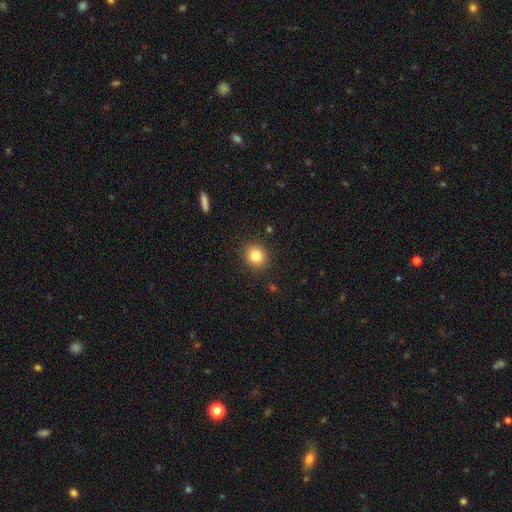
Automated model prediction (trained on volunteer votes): smooth-or-featured: smooth: 83% | star or artifact: 11% | featured or disk: 6%
  how-rounded: round: 78% | in between: 21% | cigar-shaped: 1%
  merging: none: 89% | minor disturbance: 7% | major disturbance: 2% | merger: 1%